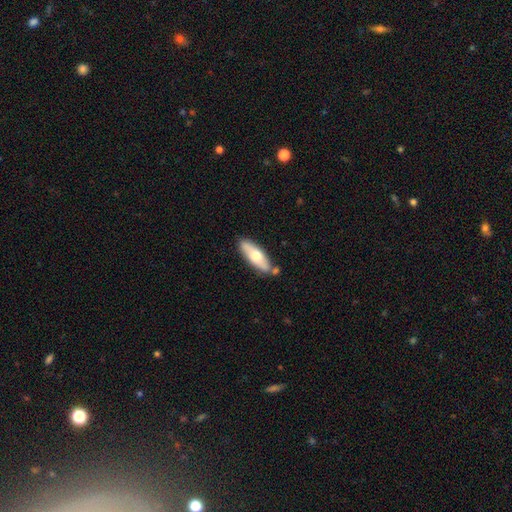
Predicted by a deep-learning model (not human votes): Smooth or featured: smooth — 57% (featured or disk — 38%)
How rounded: in between — 58% (cigar-shaped — 40%)
Merging: none — 75% (minor disturbance — 14%)